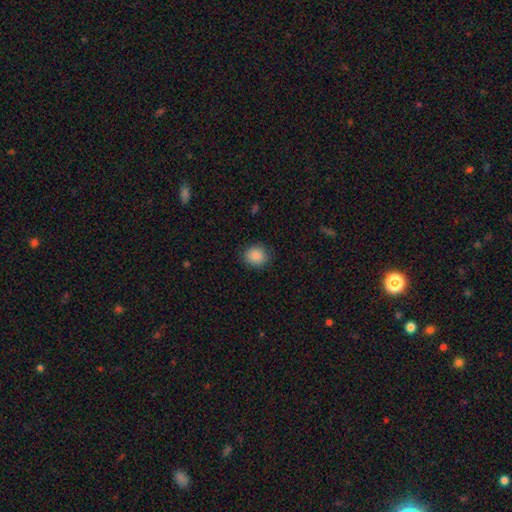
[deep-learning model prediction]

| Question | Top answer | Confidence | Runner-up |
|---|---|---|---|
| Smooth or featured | smooth | 88% | star or artifact (9%) |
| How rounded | round | 82% | in between (17%) |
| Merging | none | 87% | minor disturbance (9%) |